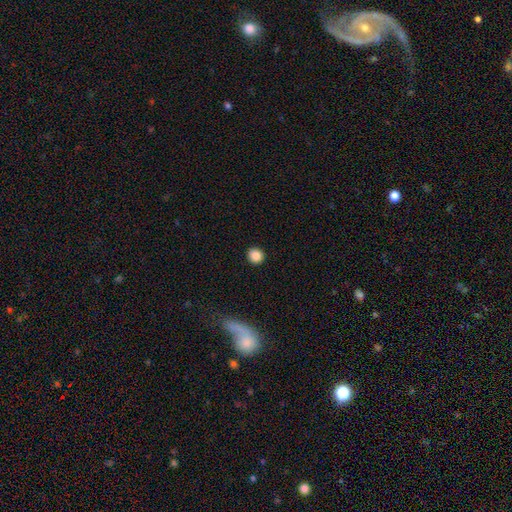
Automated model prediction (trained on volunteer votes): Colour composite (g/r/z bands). It shows a smooth galaxy with no disk features (87%) that is round (90%). Merging: none (92%).